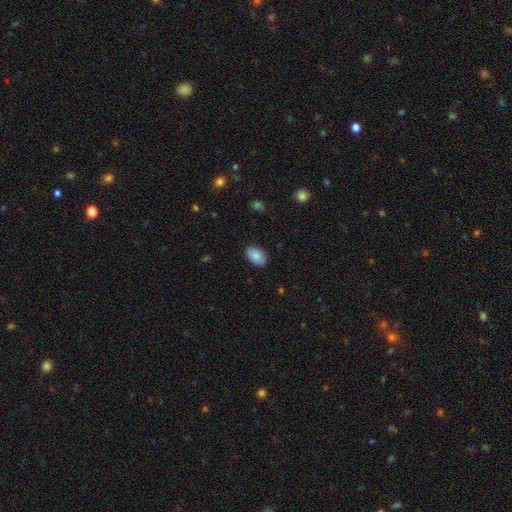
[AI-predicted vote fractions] The model was most divided on "merging": none: 84%, minor disturbance: 12%, major disturbance: 2%, merger: 1%. More confident: how rounded — in between (90%); smooth or featured — smooth (85%).